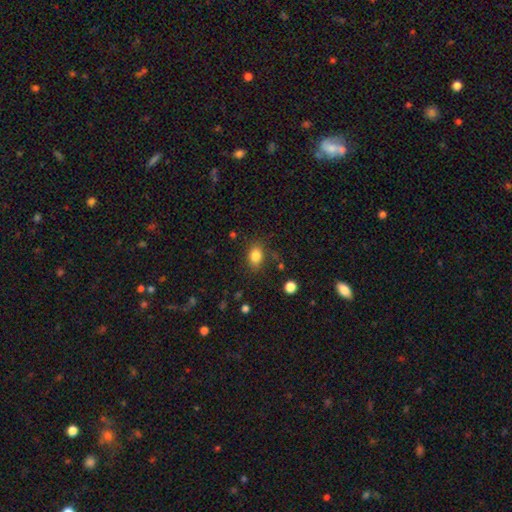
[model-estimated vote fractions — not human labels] smooth-or-featured: smooth: 84% | star or artifact: 10% | featured or disk: 6%
  how-rounded: in between: 75% | round: 24% | cigar-shaped: 1%
  merging: none: 79% | minor disturbance: 15% | major disturbance: 4% | merger: 2%